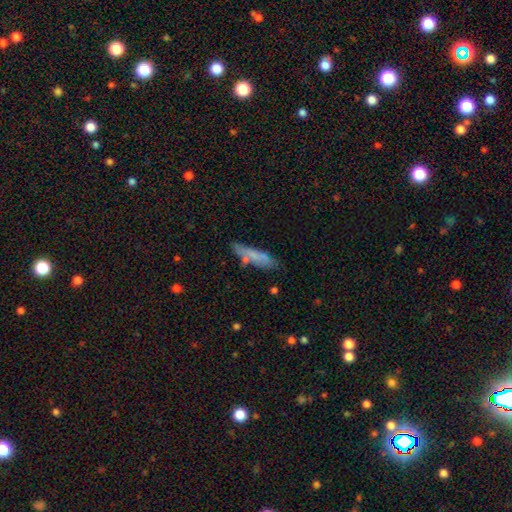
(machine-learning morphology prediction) The model was most divided on "smooth or featured": smooth: 67%, featured or disk: 25%, star or artifact: 8%. More confident: how rounded — cigar-shaped (78%); merging — none (67%).